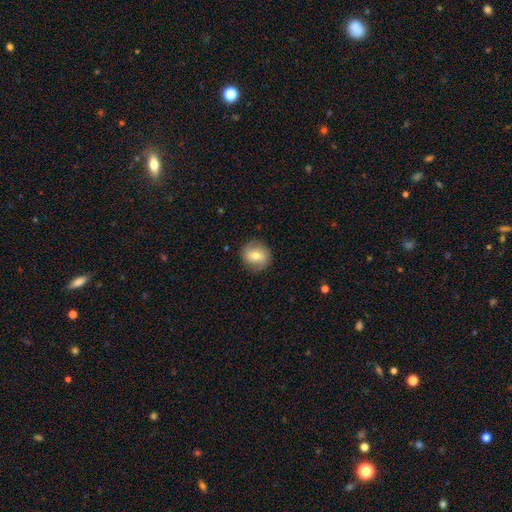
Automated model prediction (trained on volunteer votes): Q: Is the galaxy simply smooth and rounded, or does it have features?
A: smooth — 69%.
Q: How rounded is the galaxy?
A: round — 85%.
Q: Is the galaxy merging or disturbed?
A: none — 85%.